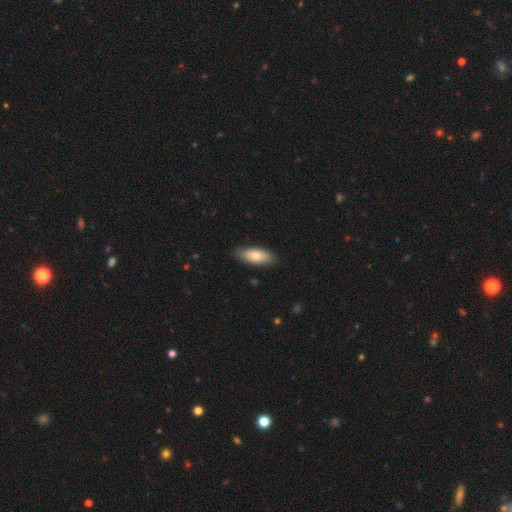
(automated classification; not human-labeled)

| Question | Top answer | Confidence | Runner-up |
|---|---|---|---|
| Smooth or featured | smooth | 78% | featured or disk (16%) |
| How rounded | in between | 80% | cigar-shaped (18%) |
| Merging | none | 85% | minor disturbance (12%) |